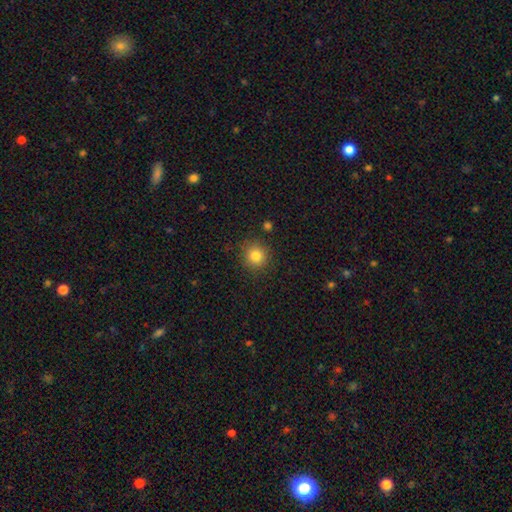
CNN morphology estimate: A smooth galaxy with no disk features (83%) that is round (93%). Merging: none (88%).